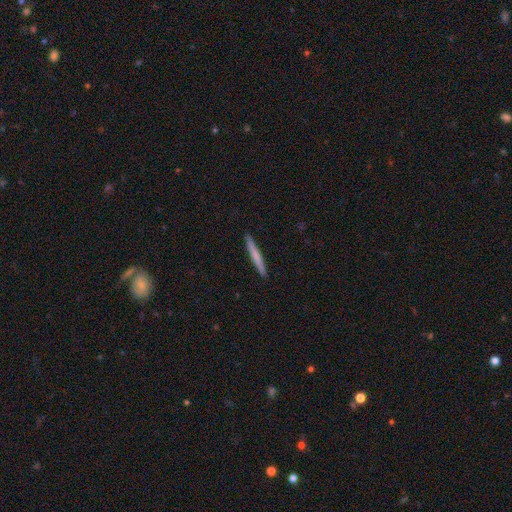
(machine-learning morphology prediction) Q: Smooth or featured?
A: smooth (63%); runner-up: featured or disk (31%)
Q: How rounded?
A: cigar-shaped (97%); runner-up: in between (2%)
Q: Merging?
A: none (92%); runner-up: minor disturbance (5%)